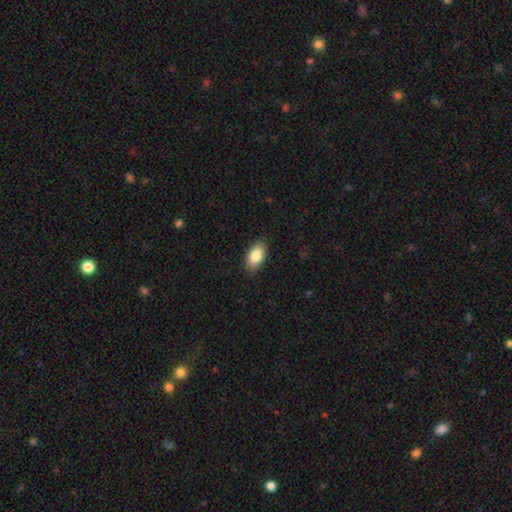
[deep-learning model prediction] Smooth or featured? smooth (86%)
How rounded? in between (93%)
Merging? none (87%)